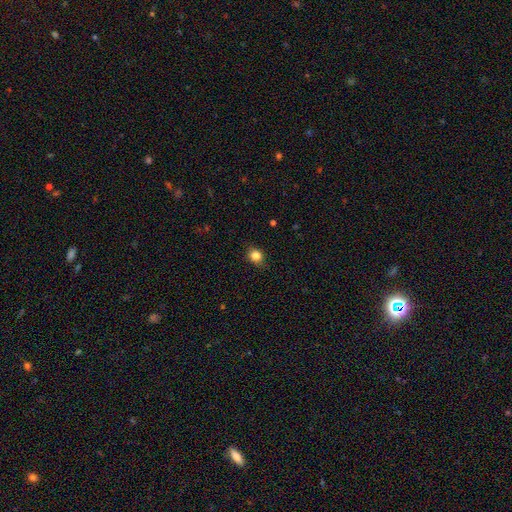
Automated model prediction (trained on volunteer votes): A smooth galaxy with no disk features (84%) that is round (70%).

Vote fractions:
- Smooth or featured? smooth: 84% / star or artifact: 11% / featured or disk: 5%
- How rounded? round: 70% / in between: 29% / cigar-shaped: 1%
- Merging? none: 86% / minor disturbance: 11% / major disturbance: 2% / merger: 1%